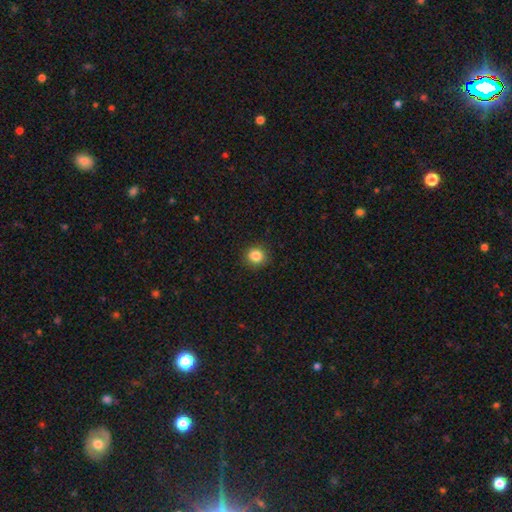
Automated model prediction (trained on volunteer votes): Overall: smooth (85%). How rounded: round (90%). Merging: none (90%).